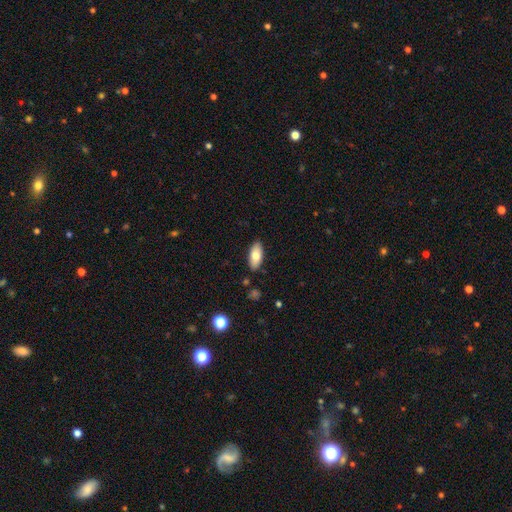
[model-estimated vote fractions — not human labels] Overall: smooth (76%). How rounded: in between (88%). Merging: none (87%).